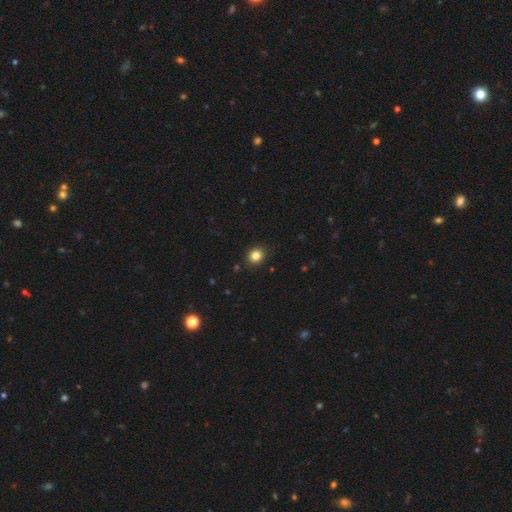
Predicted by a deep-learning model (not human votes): Smooth or featured? Predicted: smooth (p=0.83). How rounded? Predicted: round (p=0.78). Merging? Predicted: none (p=0.90).